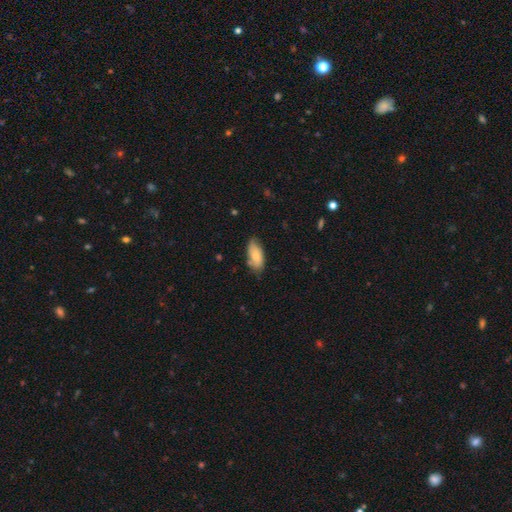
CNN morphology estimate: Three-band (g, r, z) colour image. It shows a smooth galaxy with no disk features (78%) that is in between round and cigar-shaped (88%). Merging: none (67%).